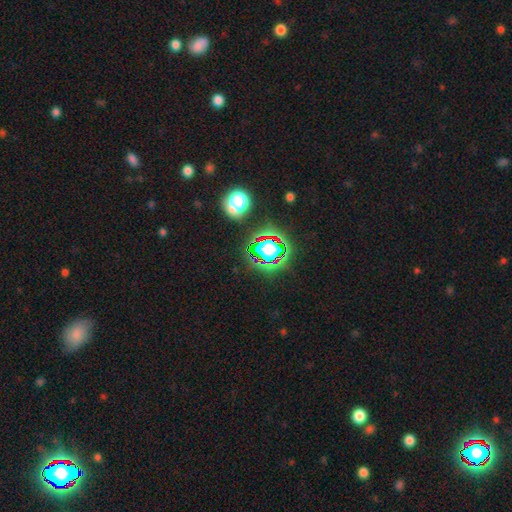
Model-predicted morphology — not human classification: Smooth or featured? star or artifact (67%)